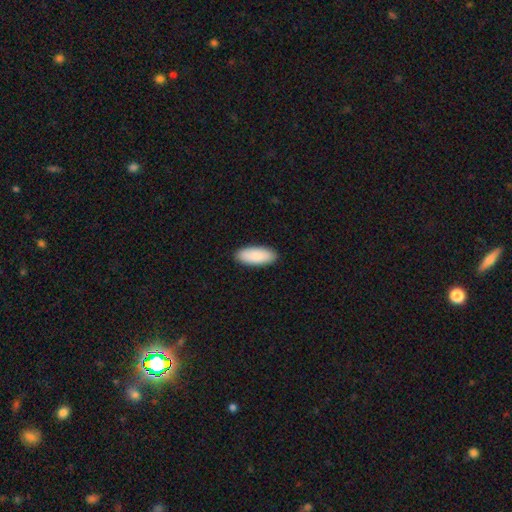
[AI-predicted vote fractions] smooth-or-featured: smooth: 90% | star or artifact: 5% | featured or disk: 5%
  how-rounded: in between: 83% | cigar-shaped: 16% | round: 2%
  merging: none: 91% | minor disturbance: 7% | major disturbance: 1% | merger: 1%